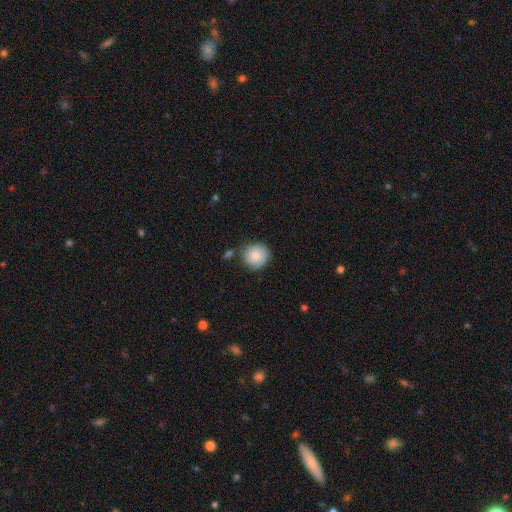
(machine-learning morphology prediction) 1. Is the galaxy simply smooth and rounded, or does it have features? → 79% smooth, 14% featured or disk, 7% star or artifact.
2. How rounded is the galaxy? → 90% round, 9% in between, 1% cigar-shaped.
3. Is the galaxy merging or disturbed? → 71% none, 19% minor disturbance, 6% merger, 4% major disturbance.